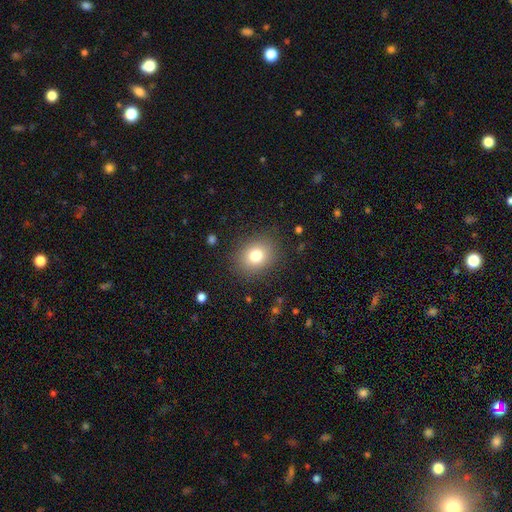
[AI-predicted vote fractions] Overall: smooth (77%). How rounded: round (59%; in between 40%). Merging: none (86%).